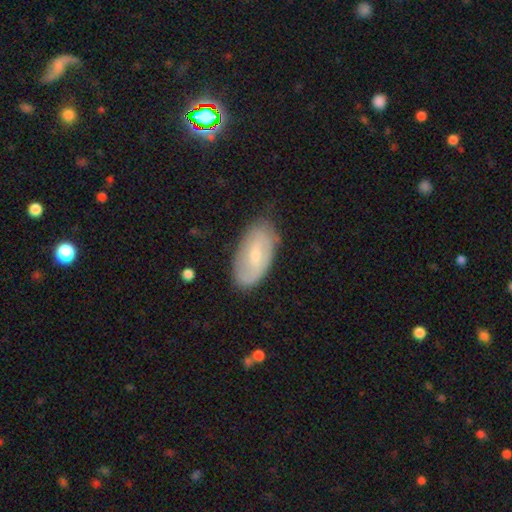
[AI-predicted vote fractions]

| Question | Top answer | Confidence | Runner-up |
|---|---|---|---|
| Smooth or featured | featured or disk | 48% | smooth (45%) |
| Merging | none | 77% | minor disturbance (18%) |